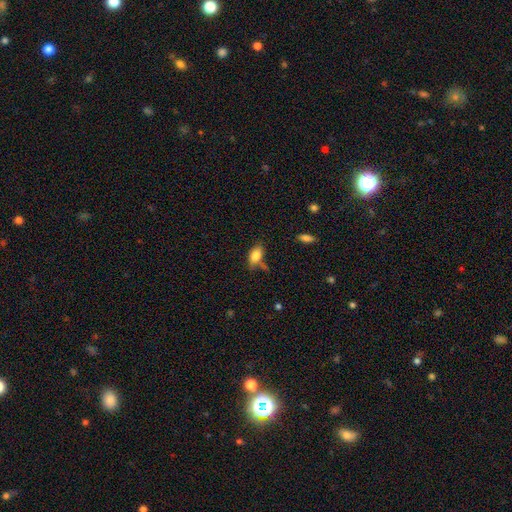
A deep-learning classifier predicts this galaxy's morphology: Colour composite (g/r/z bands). It shows a smooth galaxy with no disk features (82%) that is in between round and cigar-shaped (89%). Merging: none (63%).